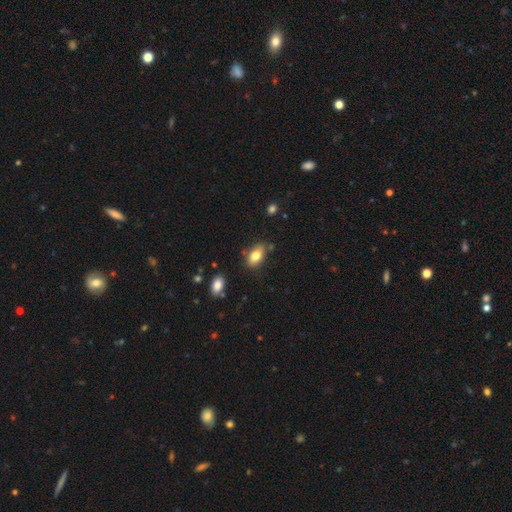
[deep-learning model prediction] Smooth or featured? Predicted: smooth (p=0.81). How rounded? Predicted: in between (p=0.90). Merging? Predicted: none (p=0.75).